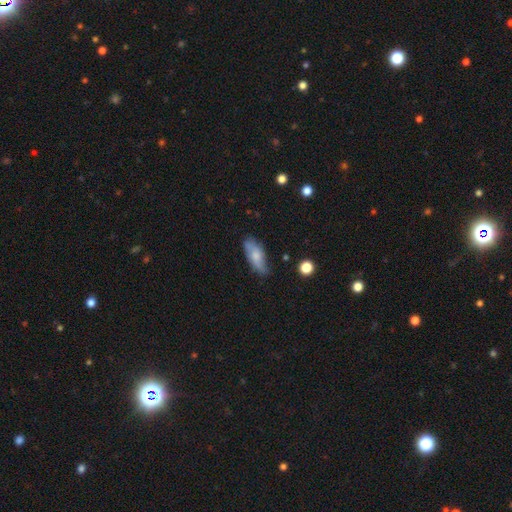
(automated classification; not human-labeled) smooth 64%, featured or disk 29%, star or artifact 7%. Down the decision tree: how rounded — in between (74%); merging — none (66%).